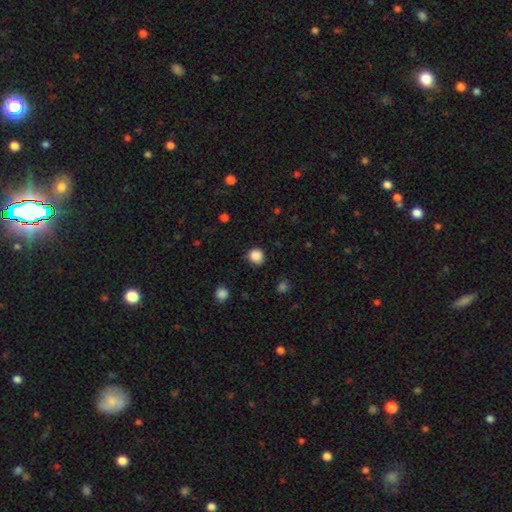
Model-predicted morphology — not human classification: smooth_or_featured: smooth (p=0.86) [alt: star or artifact p=0.11]
how_rounded: round (p=0.89) [alt: in between p=0.10]
merging: none (p=0.86) [alt: minor disturbance p=0.10]